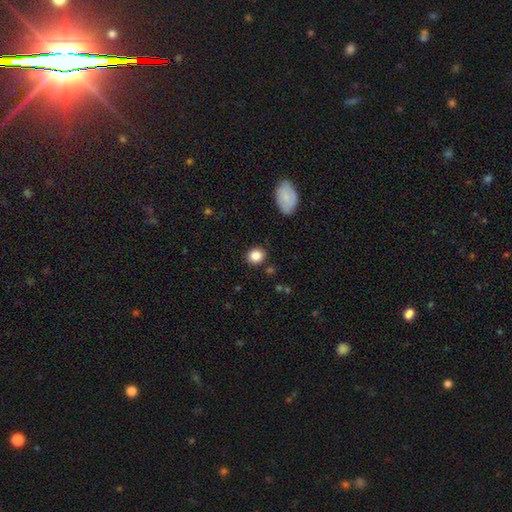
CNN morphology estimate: Q: Smooth or featured?
A: smooth (85%); runner-up: star or artifact (9%)
Q: How rounded?
A: round (77%); runner-up: in between (22%)
Q: Merging?
A: none (89%); runner-up: minor disturbance (7%)